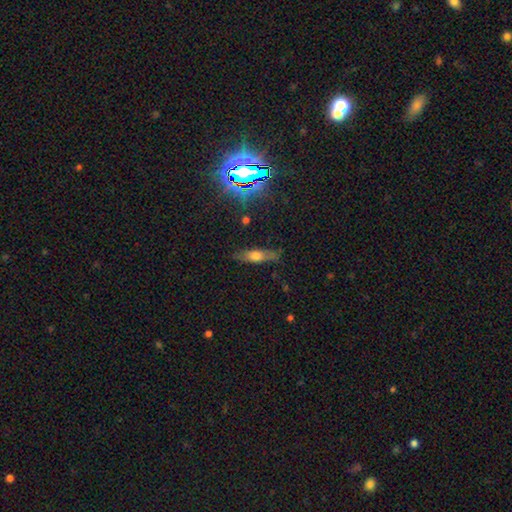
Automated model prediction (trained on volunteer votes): Morphology: type=smooth (52%); roundness=cigar-shaped (58%); merging=none (79%).